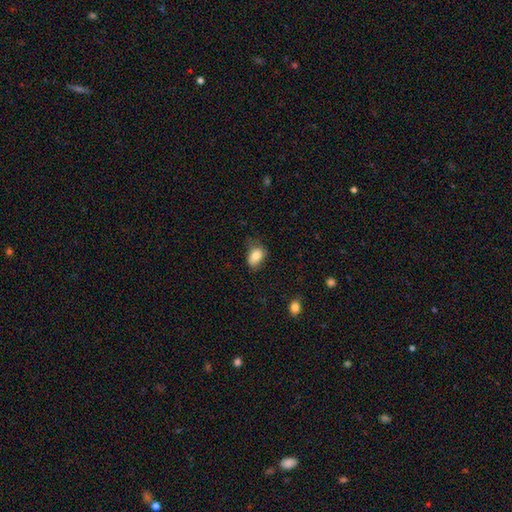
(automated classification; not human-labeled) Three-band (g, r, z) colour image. It shows a smooth galaxy with no disk features (81%) that is in between round and cigar-shaped (81%). Merging: none (48%).